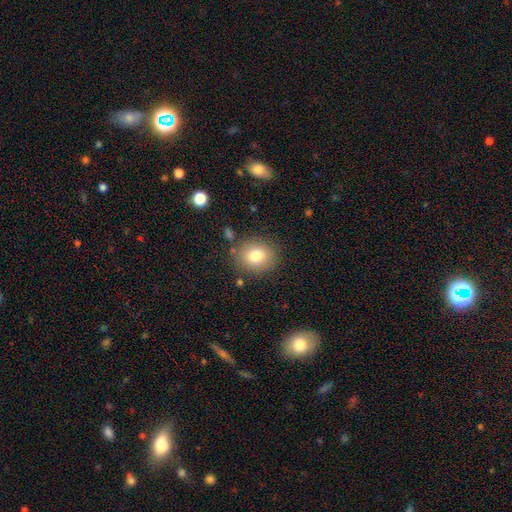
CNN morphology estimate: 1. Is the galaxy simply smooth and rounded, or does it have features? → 79% smooth, 11% star or artifact, 10% featured or disk.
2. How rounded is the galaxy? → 74% round, 25% in between, 1% cigar-shaped.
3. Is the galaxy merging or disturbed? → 84% none, 10% minor disturbance, 3% major disturbance, 3% merger.